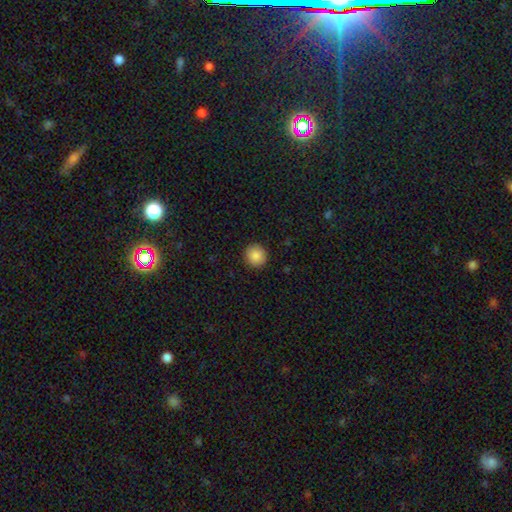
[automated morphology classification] A smooth galaxy with no disk features (87%) that is round (92%).

Vote fractions:
- Smooth or featured? smooth: 87% / star or artifact: 8% / featured or disk: 4%
- How rounded? round: 92% / in between: 7% / cigar-shaped: 1%
- Merging? none: 92% / minor disturbance: 5% / major disturbance: 2% / merger: 1%